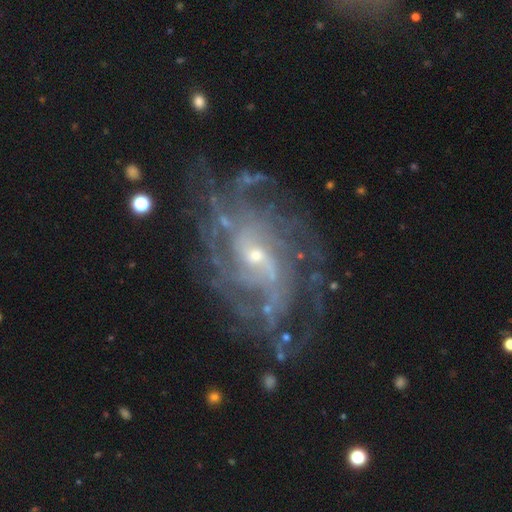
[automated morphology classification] A featured or disk galaxy (89%) with a weak bar (44%), tight (56%) spiral arms (97%) and a small central bulge (71%).

Vote fractions:
- Smooth or featured? featured or disk: 89% / star or artifact: 7% / smooth: 4%
- Edge-on disk? no: 97% / yes: 3%
- Bar? weak: 44% / no: 43% / strong: 14%
- Spiral arms? yes: 97% / no: 3%
- Spiral winding? tight: 56% / medium: 34% / loose: 10%
- Spiral arm count? can't tell: 30% / 4: 19% / more than 4: 19% / 3: 12% / 2: 12% / 1: 8%
- Bulge size? small: 71% / moderate: 25% / none: 2% / large: 1% / dominant: 1%
- Merging? none: 73% / minor disturbance: 16% / major disturbance: 10% / merger: 2%